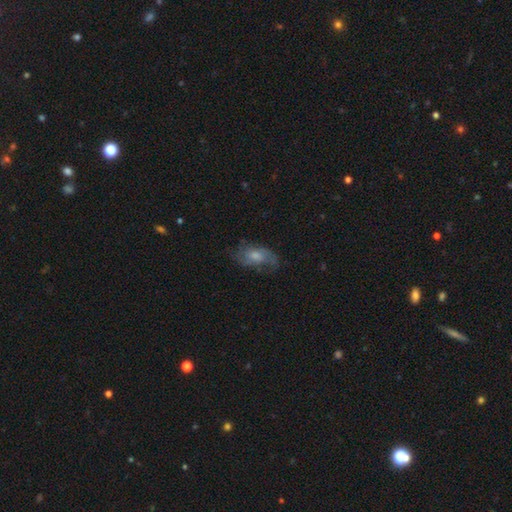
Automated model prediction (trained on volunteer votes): A featured or disk galaxy (57%) with no bar (64%), spiral arms (82%) and a moderate central bulge (49%).

Vote fractions:
- Smooth or featured? featured or disk: 57% / smooth: 35% / star or artifact: 8%
- Edge-on disk? no: 94% / yes: 6%
- Bar? no: 64% / weak: 31% / strong: 5%
- Spiral arms? yes: 82% / no: 18%
- Bulge size? moderate: 49% / small: 26% / large: 14% / none: 10% / dominant: 2%
- Merging? none: 58% / minor disturbance: 24% / major disturbance: 16% / merger: 2%